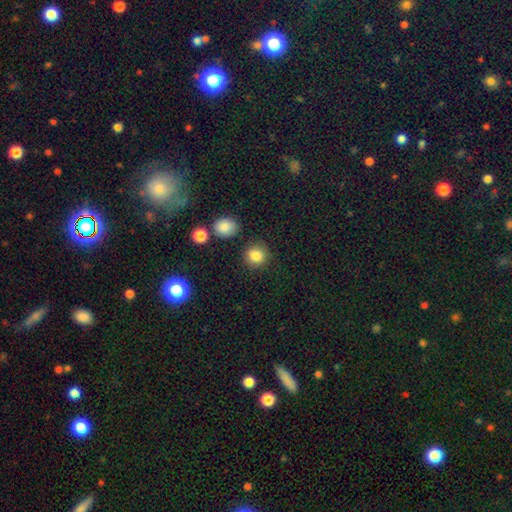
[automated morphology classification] smooth-or-featured: smooth: 84% | star or artifact: 10% | featured or disk: 5%
  how-rounded: round: 85% | in between: 14% | cigar-shaped: 1%
  merging: none: 85% | minor disturbance: 9% | merger: 4% | major disturbance: 3%